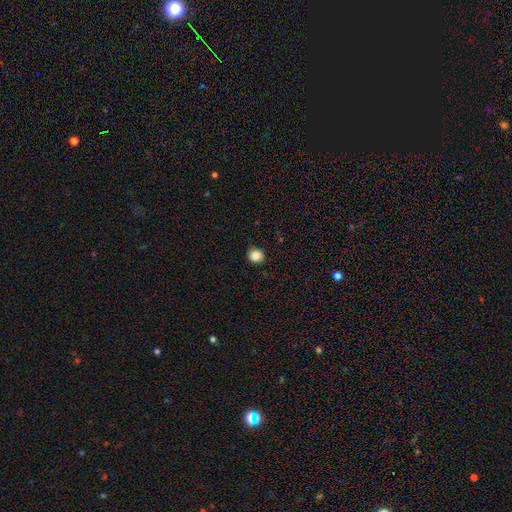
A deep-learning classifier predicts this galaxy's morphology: Overall: smooth (87%). How rounded: round (90%). Merging: none (90%).